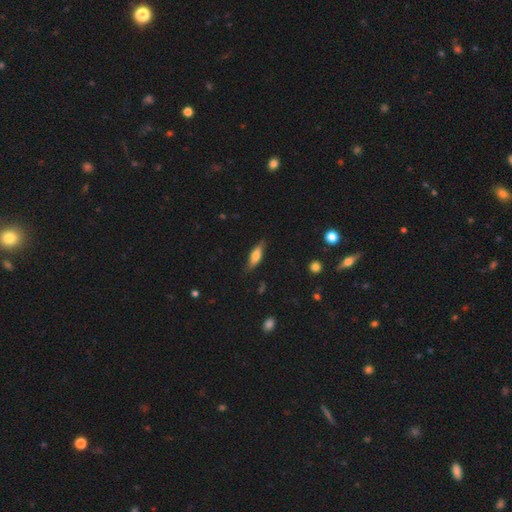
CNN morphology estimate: Overall: smooth (64%; featured or disk 29%). How rounded: in between (54%; cigar-shaped 43%). Merging: none (78%).